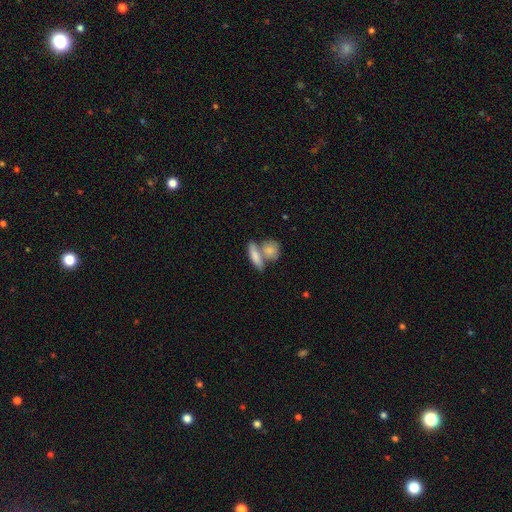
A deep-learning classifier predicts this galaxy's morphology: smooth-or-featured: smooth: 76% | featured or disk: 18% | star or artifact: 6%
  how-rounded: in between: 52% | cigar-shaped: 38% | round: 11%
  merging: merger: 46% | none: 41% | minor disturbance: 9% | major disturbance: 4%